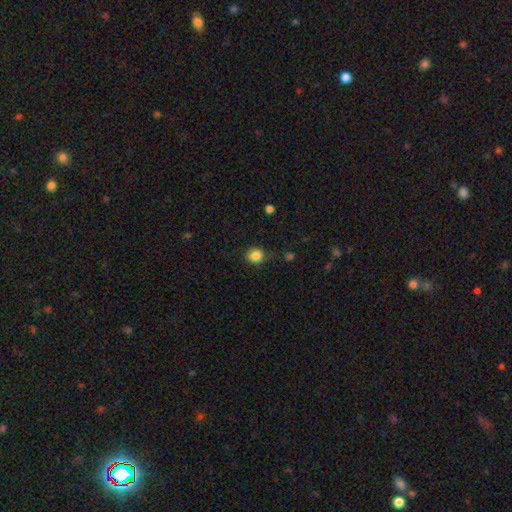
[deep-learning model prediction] The model was most divided on "how rounded": round: 75%, in between: 24%, cigar-shaped: 1%. More confident: smooth or featured — smooth (84%); merging — none (75%).